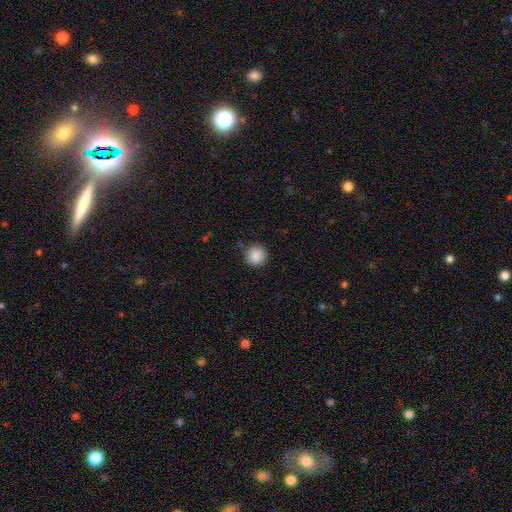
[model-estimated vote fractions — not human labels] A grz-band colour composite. It shows a smooth galaxy with no disk features (88%) that is round (95%). Merging: none (88%).